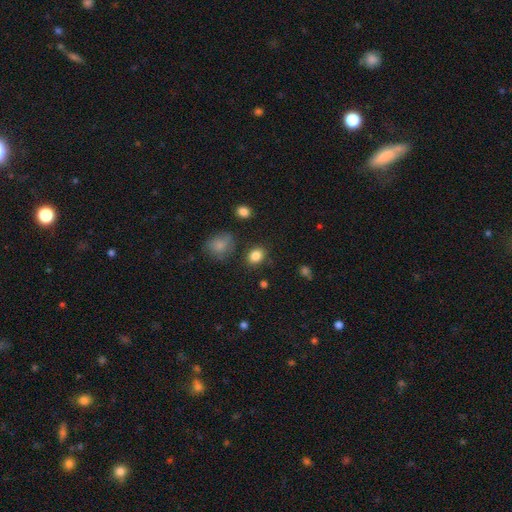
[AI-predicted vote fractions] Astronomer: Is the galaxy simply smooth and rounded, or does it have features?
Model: smooth — 85%.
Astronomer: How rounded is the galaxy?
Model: in between — 54% (runner-up: round, 45%).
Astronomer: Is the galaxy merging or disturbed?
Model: none — 83%.